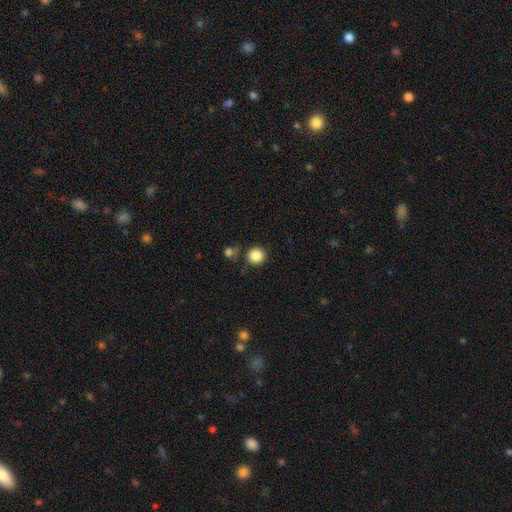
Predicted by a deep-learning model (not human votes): smooth_or_featured: smooth (p=0.86) [alt: star or artifact p=0.10]
how_rounded: round (p=0.92) [alt: in between p=0.08]
merging: none (p=0.83) [alt: minor disturbance p=0.09]